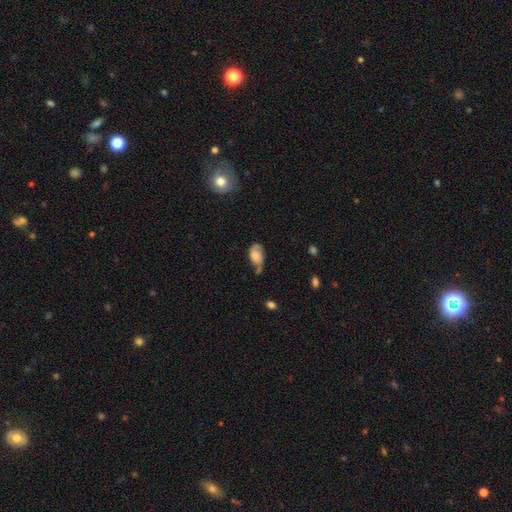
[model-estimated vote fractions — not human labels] smooth_or_featured: smooth (p=0.47) [alt: featured or disk p=0.44]
merging: none (p=0.38) [alt: minor disturbance p=0.34]